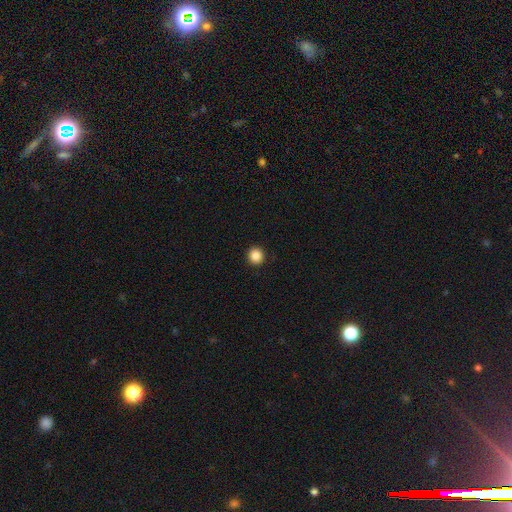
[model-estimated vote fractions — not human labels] Morphology: type=smooth (87%); roundness=round (93%); merging=none (93%).